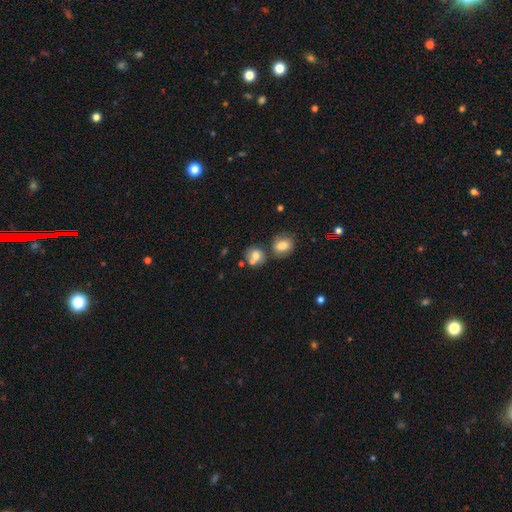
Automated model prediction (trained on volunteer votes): Smooth or featured: smooth — 74% (featured or disk — 15%)
How rounded: round — 78% (in between — 21%)
Merging: none — 48% (merger — 37%)